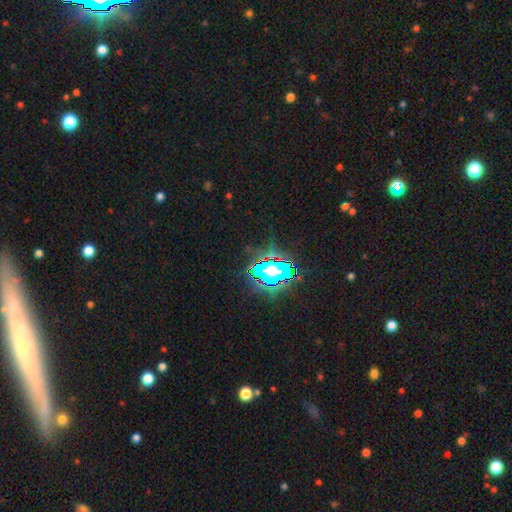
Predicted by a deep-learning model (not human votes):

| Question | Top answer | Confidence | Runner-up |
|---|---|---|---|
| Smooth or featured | star or artifact | 83% | smooth (10%) |